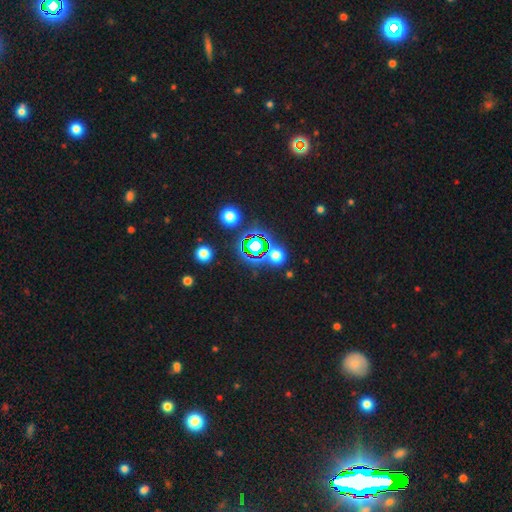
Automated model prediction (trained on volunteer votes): smooth-or-featured: star or artifact: 76% | smooth: 17% | featured or disk: 8%